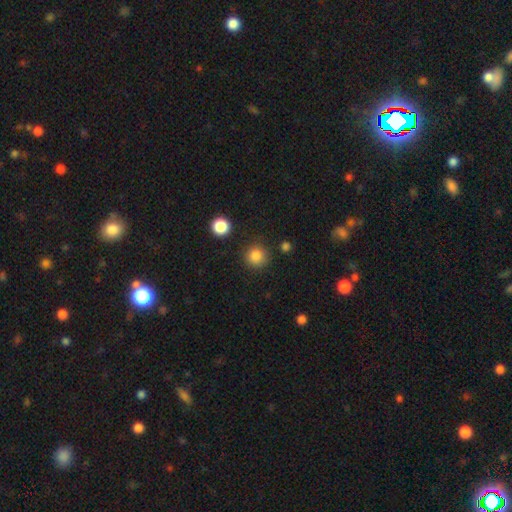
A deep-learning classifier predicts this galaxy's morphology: This appears to be a smooth galaxy with no disk features (85%) that is round (94%). Merging: none (87%).